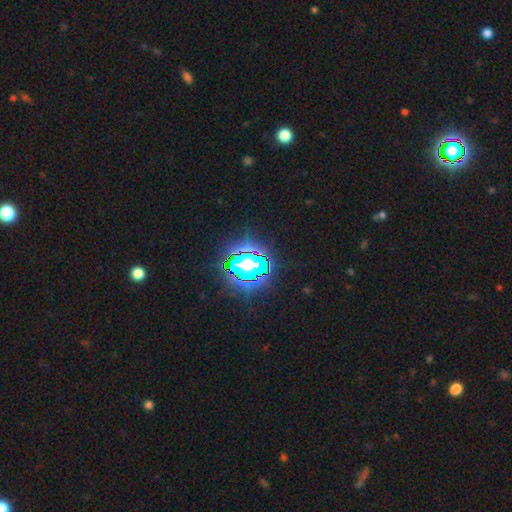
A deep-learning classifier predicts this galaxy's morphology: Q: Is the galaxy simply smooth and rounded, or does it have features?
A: star or artifact — 80%.